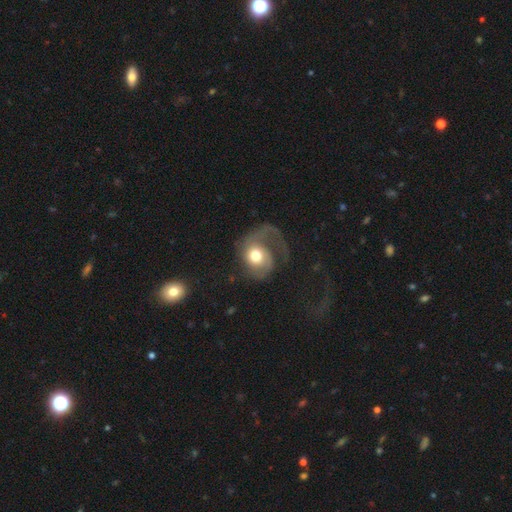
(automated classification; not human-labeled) This appears to be a featured or disk galaxy (61%) with no bar (76%), 1 (69%) loose (47%) spiral arms (85%) and a moderate central bulge (61%). Merging: major disturbance (50%).